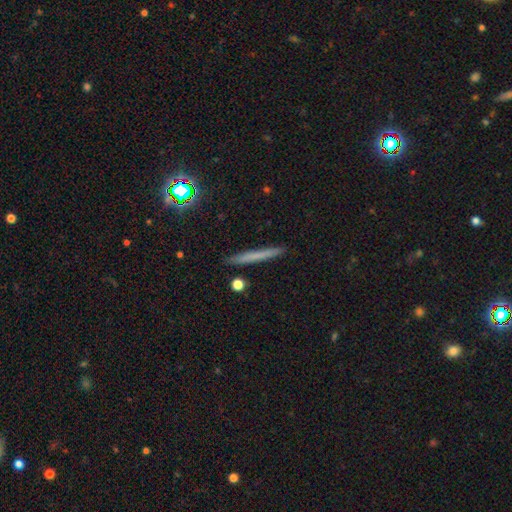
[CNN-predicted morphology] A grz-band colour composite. It shows a smooth galaxy with no disk features (61%) that is cigar-shaped (96%). Merging: none (91%).